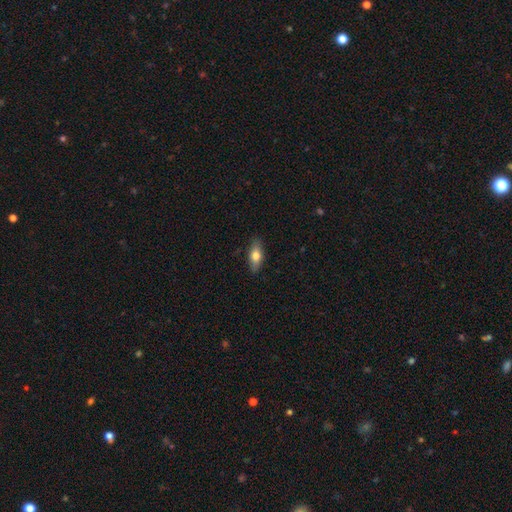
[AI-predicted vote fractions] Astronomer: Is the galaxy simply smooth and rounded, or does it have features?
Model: smooth — 69%.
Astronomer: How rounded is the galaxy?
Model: in between — 75%.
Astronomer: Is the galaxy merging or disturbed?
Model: none — 87%.